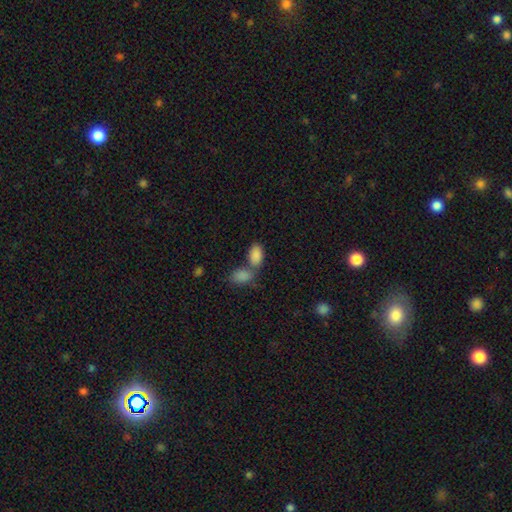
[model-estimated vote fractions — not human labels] Smooth or featured: smooth — 87% (star or artifact — 7%)
How rounded: in between — 94% (round — 5%)
Merging: merger — 48% (none — 39%)